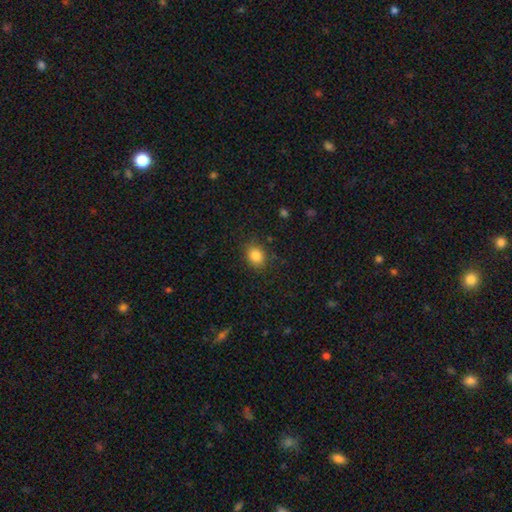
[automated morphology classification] smooth-or-featured: smooth: 84% | star or artifact: 11% | featured or disk: 5%
  how-rounded: round: 61% | in between: 38% | cigar-shaped: 1%
  merging: none: 85% | minor disturbance: 11% | major disturbance: 3% | merger: 1%